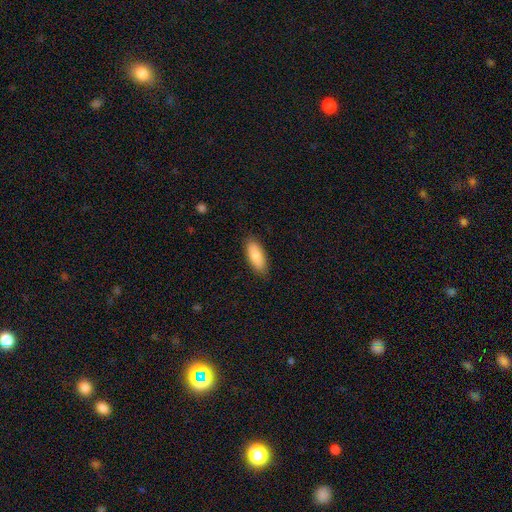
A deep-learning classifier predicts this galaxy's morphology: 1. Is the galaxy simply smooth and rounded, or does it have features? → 87% smooth, 7% featured or disk, 6% star or artifact.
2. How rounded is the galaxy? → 79% in between, 19% cigar-shaped, 2% round.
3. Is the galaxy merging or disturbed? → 86% none, 11% minor disturbance, 2% major disturbance, 1% merger.